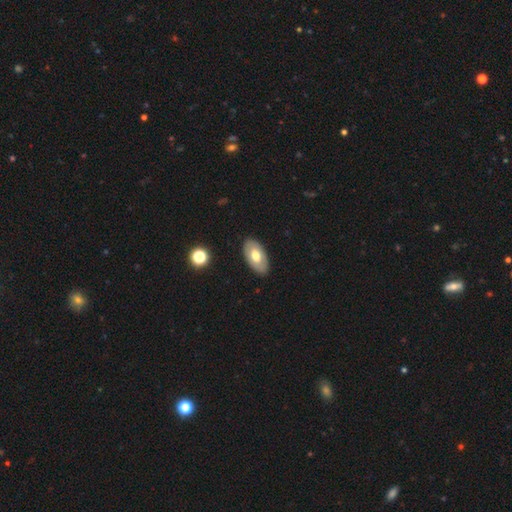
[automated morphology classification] Smooth or featured?
  - smooth: 58% *
  - featured or disk: 36%
  - star or artifact: 6%
How rounded?
  - in between: 94% *
  - round: 4%
  - cigar-shaped: 2%
Merging?
  - none: 87% *
  - minor disturbance: 9%
  - major disturbance: 2%
  - merger: 1%